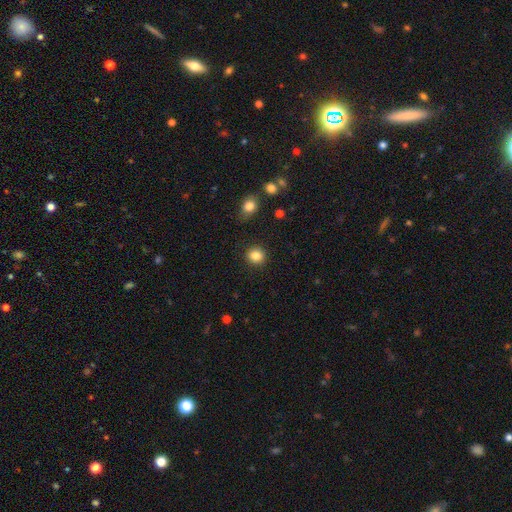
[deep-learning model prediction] Morphology: type=smooth (85%); roundness=round (87%); merging=none (90%).